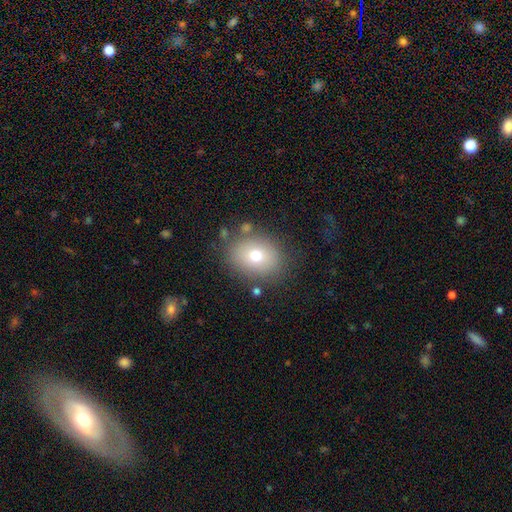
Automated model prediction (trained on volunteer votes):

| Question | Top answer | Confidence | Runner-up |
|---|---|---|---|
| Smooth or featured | smooth | 72% | featured or disk (16%) |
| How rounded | round | 50% | in between (49%) |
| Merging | none | 79% | minor disturbance (12%) |